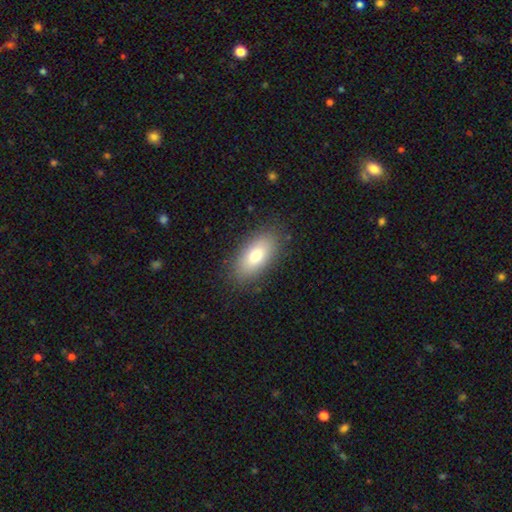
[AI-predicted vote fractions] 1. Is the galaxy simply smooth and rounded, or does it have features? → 76% smooth, 16% featured or disk, 7% star or artifact.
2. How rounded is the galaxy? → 89% in between, 7% cigar-shaped, 4% round.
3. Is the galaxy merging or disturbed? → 86% none, 10% minor disturbance, 3% major disturbance, 1% merger.